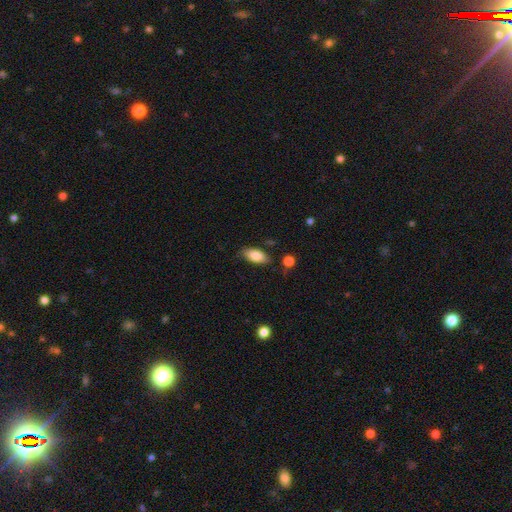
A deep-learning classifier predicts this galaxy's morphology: This is clearly a smooth galaxy (84%). How rounded: clearly in between (90%). Merging: likely none (74%).